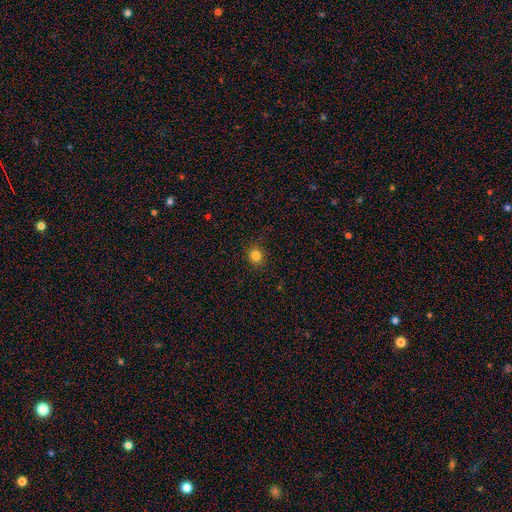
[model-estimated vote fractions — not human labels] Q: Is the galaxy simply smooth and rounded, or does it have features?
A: smooth — 83%.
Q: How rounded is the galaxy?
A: round — 83%.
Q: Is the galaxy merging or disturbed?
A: none — 89%.